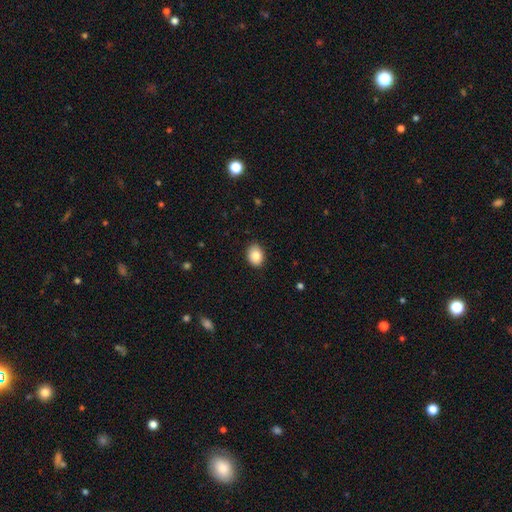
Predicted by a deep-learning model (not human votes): smooth_or_featured: smooth (p=0.87) [alt: star or artifact p=0.08]
how_rounded: in between (p=0.67) [alt: round p=0.32]
merging: none (p=0.86) [alt: minor disturbance p=0.11]